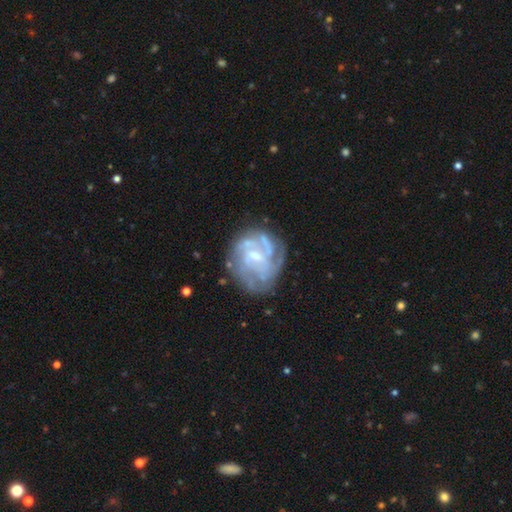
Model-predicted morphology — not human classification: Smooth or featured? Predicted: featured or disk (p=0.83). Edge-on disk? Predicted: no (p=0.98). Bar? Predicted: weak (p=0.55). Spiral arms? Predicted: yes (p=0.88). Spiral winding? Predicted: tight (p=0.47). Spiral arm count? Predicted: can't tell (p=0.35). Bulge size? Predicted: small (p=0.54). Merging? Predicted: none (p=0.64).